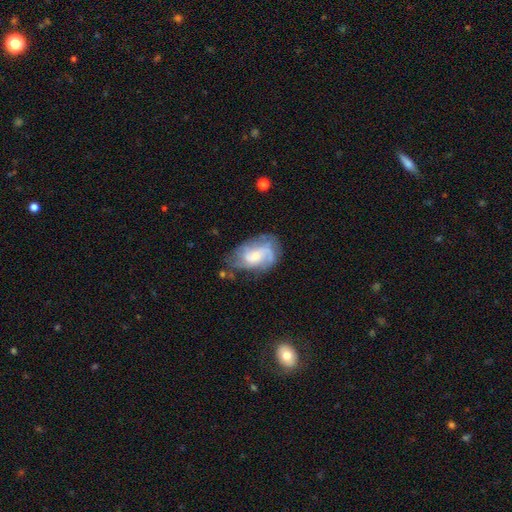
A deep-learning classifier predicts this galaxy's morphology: This is likely a featured or disk galaxy (69%). It is clearly not viewed edge-on (96%). Bar: possibly no (59%). Spiral arm pattern: clearly yes (85%). Spiral arm count: marginally 2 (35%). Spiral winding: marginally medium (43%). Central bulge: marginally moderate (43%). Merging: possibly none (55%).